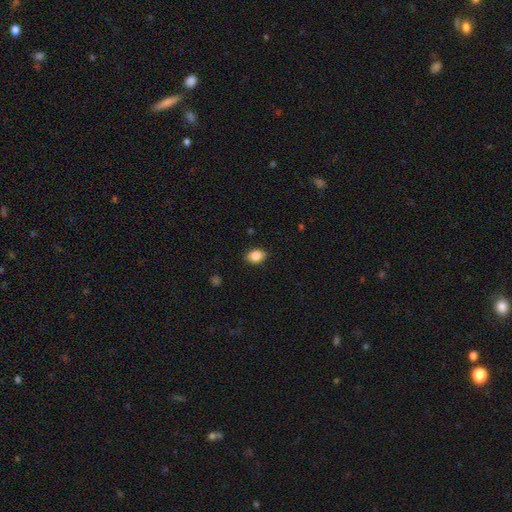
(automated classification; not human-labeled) Q: Smooth or featured?
A: smooth (87%); runner-up: star or artifact (8%)
Q: How rounded?
A: in between (79%); runner-up: round (20%)
Q: Merging?
A: none (87%); runner-up: minor disturbance (9%)